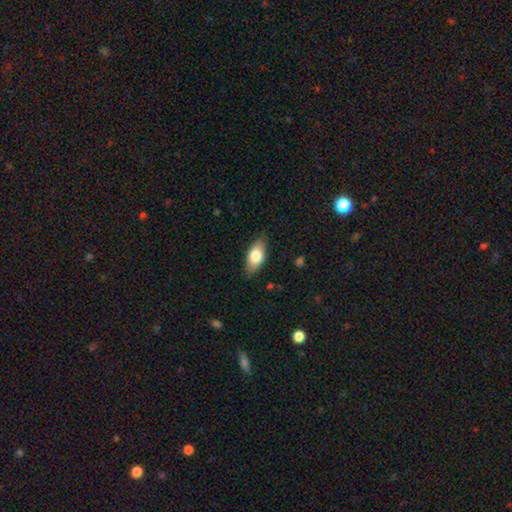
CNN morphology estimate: This is likely a smooth galaxy (76%). How rounded: clearly in between (88%). Merging: clearly none (84%).